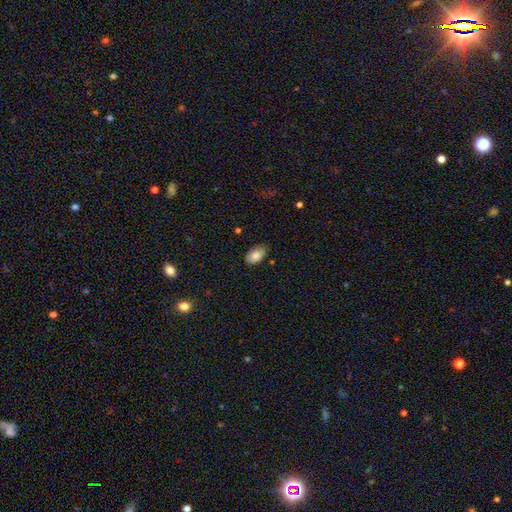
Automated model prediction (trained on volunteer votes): Smooth or featured? smooth (84%)
How rounded? in between (93%)
Merging? none (80%)